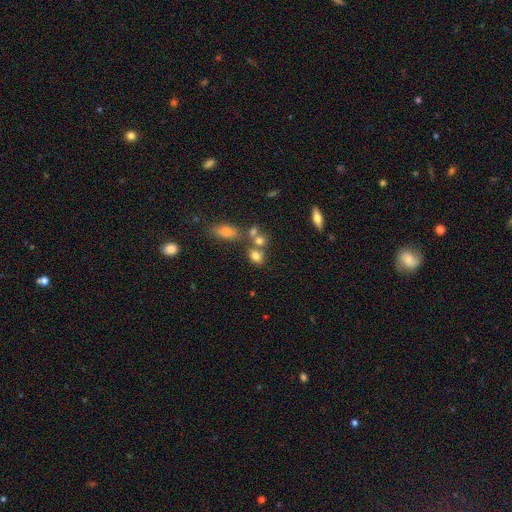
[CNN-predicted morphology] This appears to be a smooth galaxy with no disk features (75%) that is in between round and cigar-shaped (53%). Merging: none (52%).